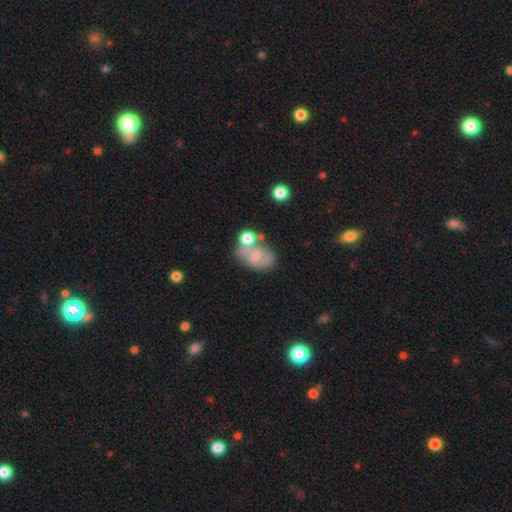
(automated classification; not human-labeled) The model was most divided on "smooth or featured": smooth: 47%, featured or disk: 43%, star or artifact: 10%. Remaining: merging — none (40%).